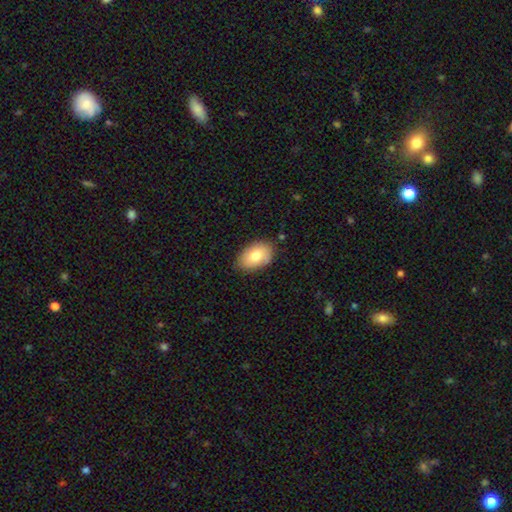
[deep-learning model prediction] A smooth galaxy with no disk features (78%) that is in between round and cigar-shaped (89%).

Vote fractions:
- Smooth or featured? smooth: 78% / featured or disk: 15% / star or artifact: 7%
- How rounded? in between: 89% / round: 9% / cigar-shaped: 1%
- Merging? none: 81% / minor disturbance: 15% / major disturbance: 3% / merger: 1%